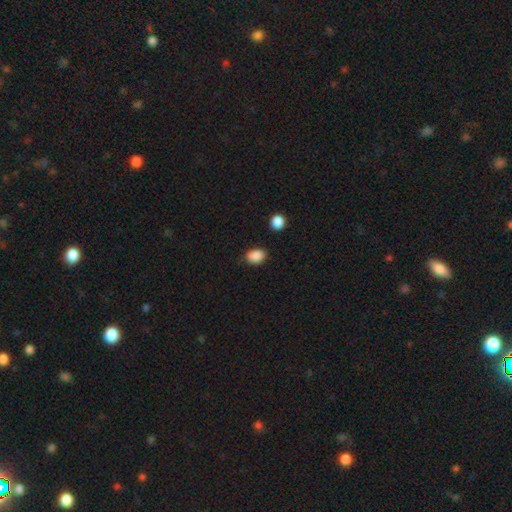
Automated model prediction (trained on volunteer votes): smooth_or_featured: smooth (p=0.88) [alt: star or artifact p=0.09]
how_rounded: in between (p=0.70) [alt: round p=0.28]
merging: none (p=0.79) [alt: minor disturbance p=0.15]